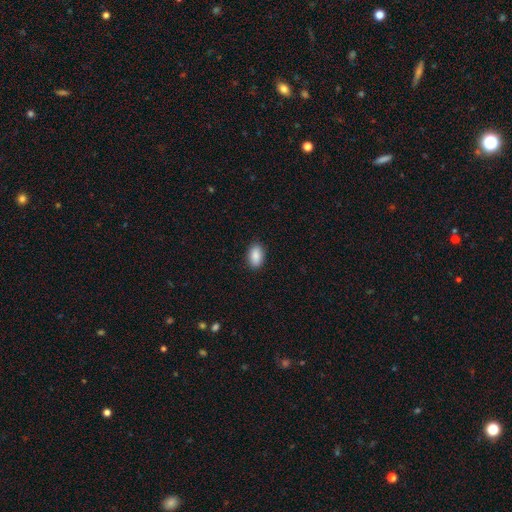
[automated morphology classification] The model was most divided on "merging": none: 89%, minor disturbance: 8%, major disturbance: 2%, merger: 1%. More confident: how rounded — in between (92%); smooth or featured — smooth (90%).